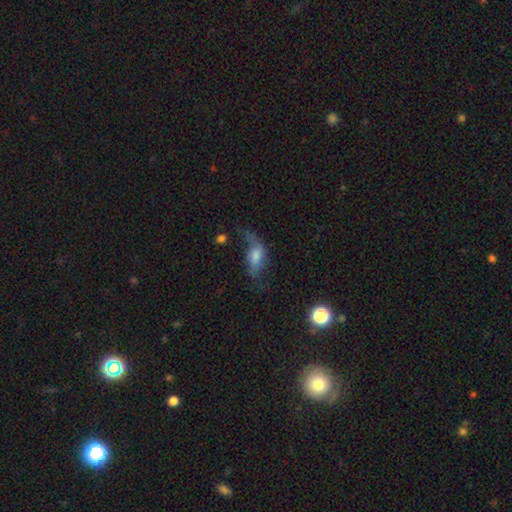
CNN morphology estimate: Q: Smooth or featured?
A: smooth (44%); tied with: featured or disk (44%)
Q: Merging?
A: none (36%); runner-up: major disturbance (35%)